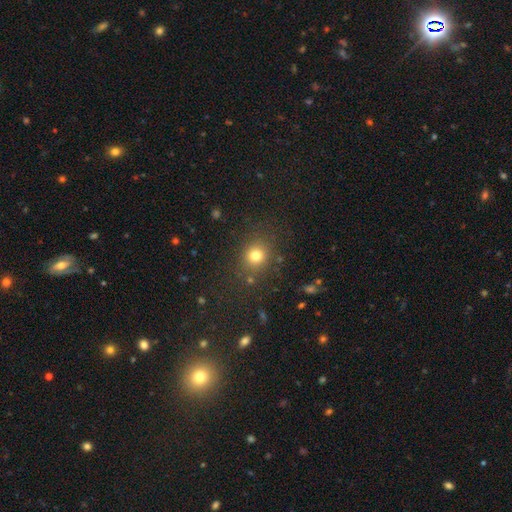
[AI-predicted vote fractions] smooth 77%, star or artifact 16%, featured or disk 7%. Down the decision tree: how rounded — round (78%); merging — none (82%).